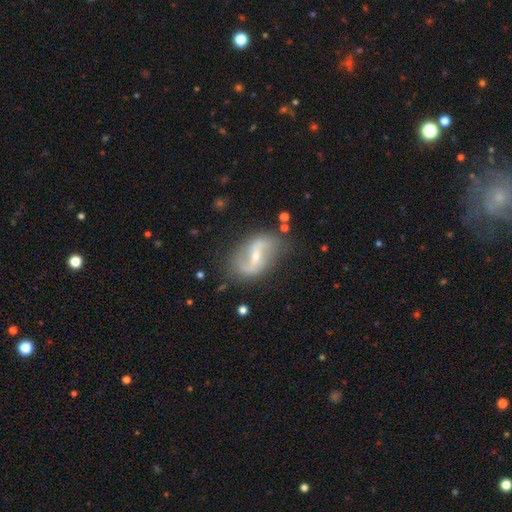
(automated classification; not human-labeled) smooth-or-featured: featured or disk: 84% | smooth: 10% | star or artifact: 6%
  disk-edge-on: no: 97% | yes: 3%
    bar: weak: 43% | strong: 36% | no: 21%
    has-spiral-arms: yes: 92% | no: 8%
      spiral-winding: loose: 67% | medium: 25% | tight: 8%
      spiral-arm-count: 2: 91% | can't tell: 3% | 1: 3% | 3: 1% | 4: 1% | more than 4: 1%
    bulge-size: small: 60% | moderate: 35% | none: 2% | large: 2% | dominant: 1%
  merging: none: 78% | minor disturbance: 15% | major disturbance: 5% | merger: 2%